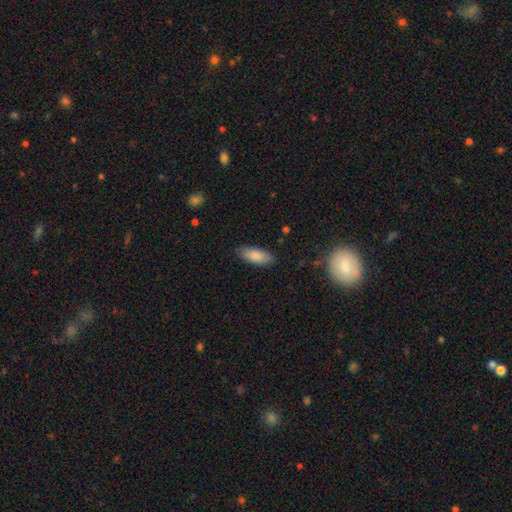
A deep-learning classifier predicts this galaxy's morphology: Q: Smooth or featured?
A: smooth (85%); runner-up: featured or disk (8%)
Q: How rounded?
A: in between (78%); runner-up: cigar-shaped (20%)
Q: Merging?
A: none (86%); runner-up: minor disturbance (11%)